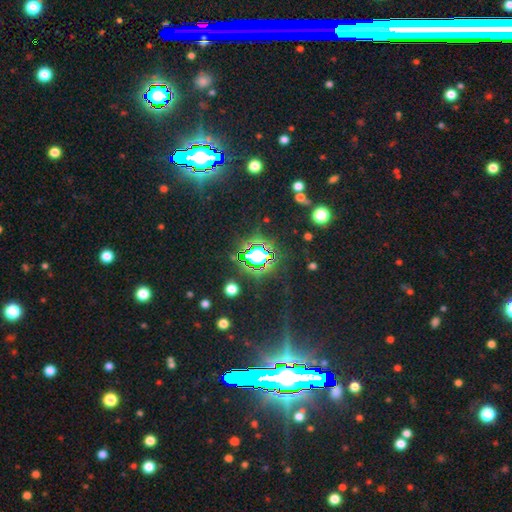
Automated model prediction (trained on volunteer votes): smooth_or_featured: star or artifact (p=0.72) [alt: smooth p=0.18]